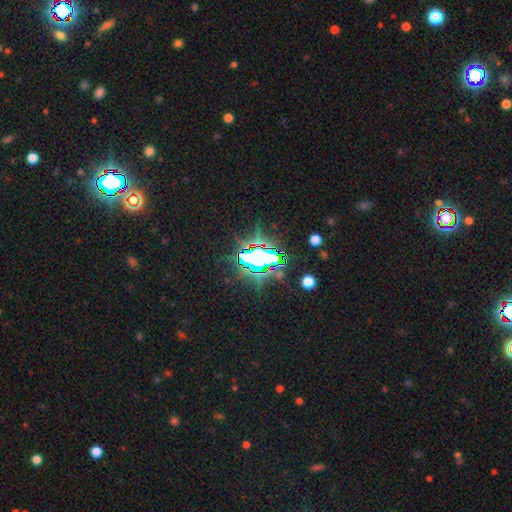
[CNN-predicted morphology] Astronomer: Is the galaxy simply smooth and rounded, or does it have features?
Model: star or artifact — 71%.